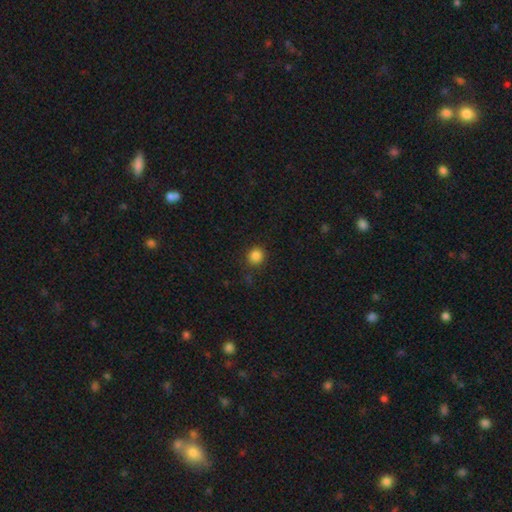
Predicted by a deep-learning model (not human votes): This is clearly a smooth galaxy (84%). How rounded: clearly round (90%). Merging: clearly none (87%).